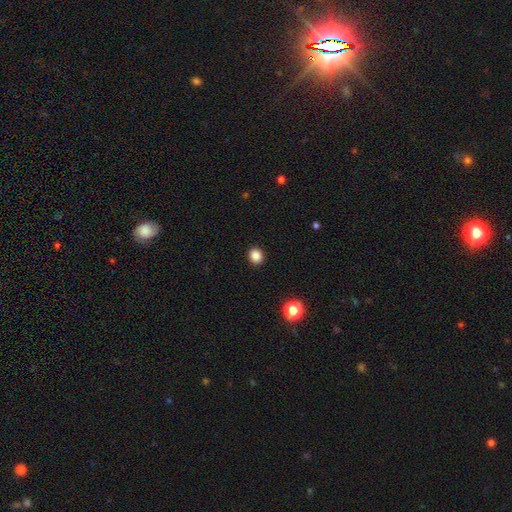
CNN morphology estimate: Smooth or featured?
  - smooth: 86% *
  - star or artifact: 11%
  - featured or disk: 3%
How rounded?
  - round: 74% *
  - in between: 25%
  - cigar-shaped: 1%
Merging?
  - none: 92% *
  - minor disturbance: 5%
  - major disturbance: 2%
  - merger: 1%